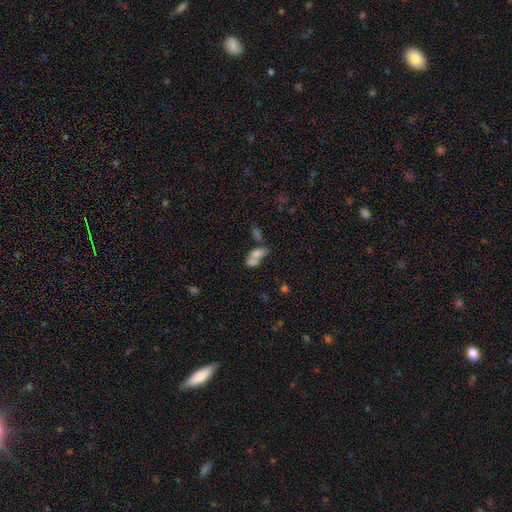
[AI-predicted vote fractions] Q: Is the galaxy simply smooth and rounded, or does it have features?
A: smooth — 67%.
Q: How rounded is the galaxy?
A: in between — 78%.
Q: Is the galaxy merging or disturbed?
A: merger — 61%.